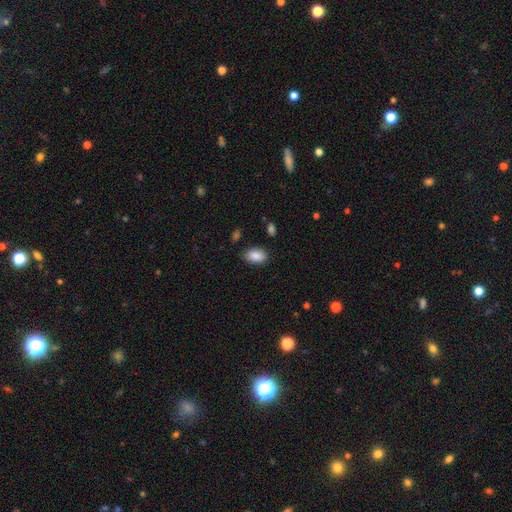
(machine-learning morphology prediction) smooth-or-featured: smooth: 89% | star or artifact: 7% | featured or disk: 4%
  how-rounded: in between: 90% | round: 9% | cigar-shaped: 1%
  merging: none: 84% | minor disturbance: 12% | major disturbance: 3% | merger: 2%